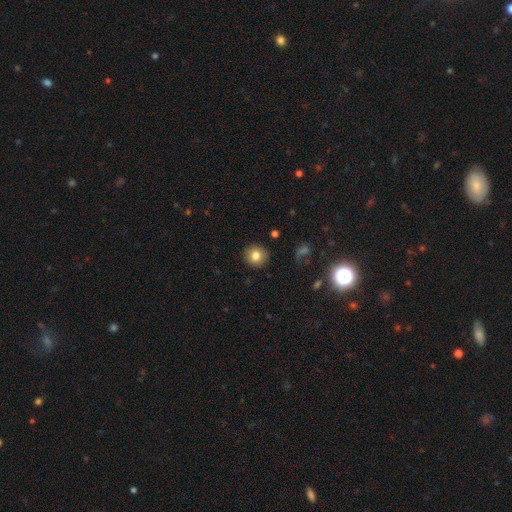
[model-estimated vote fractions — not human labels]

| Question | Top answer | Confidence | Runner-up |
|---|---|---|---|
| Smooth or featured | smooth | 81% | star or artifact (10%) |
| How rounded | round | 89% | in between (10%) |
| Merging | none | 91% | minor disturbance (6%) |